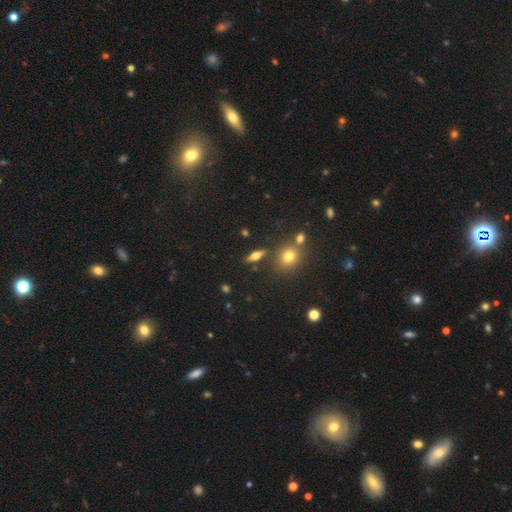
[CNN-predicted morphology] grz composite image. It shows a smooth galaxy with no disk features (48%). Merging: none (81%).